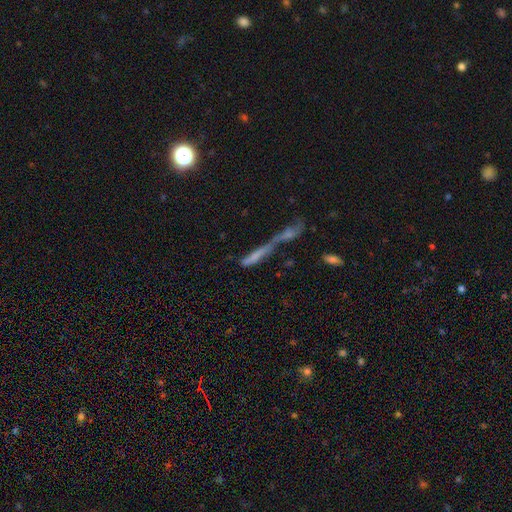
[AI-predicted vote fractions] This appears to be a smooth galaxy with no disk features (51%) that is cigar-shaped (80%). Merging: merger (72%).